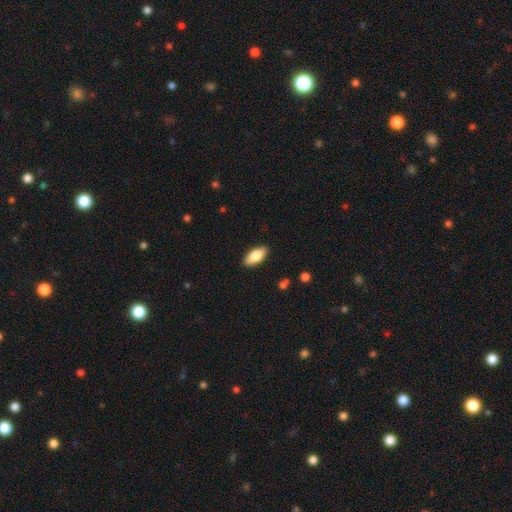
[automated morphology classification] smooth 80%, featured or disk 14%, star or artifact 6%. Down the decision tree: how rounded — in between (88%); merging — none (89%).